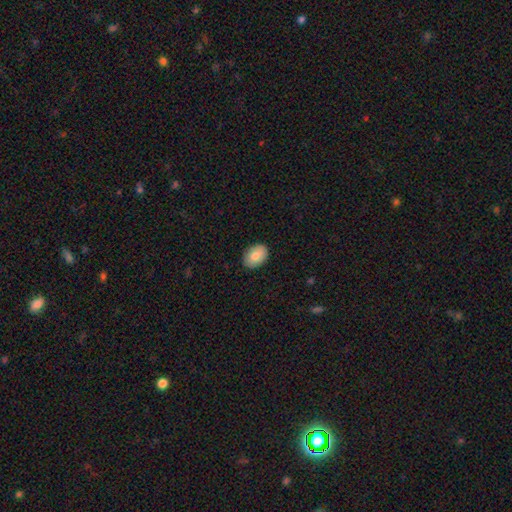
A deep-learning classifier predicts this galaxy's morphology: Smooth or featured: smooth — 82% (featured or disk — 11%)
How rounded: in between — 82% (round — 17%)
Merging: none — 90% (minor disturbance — 8%)